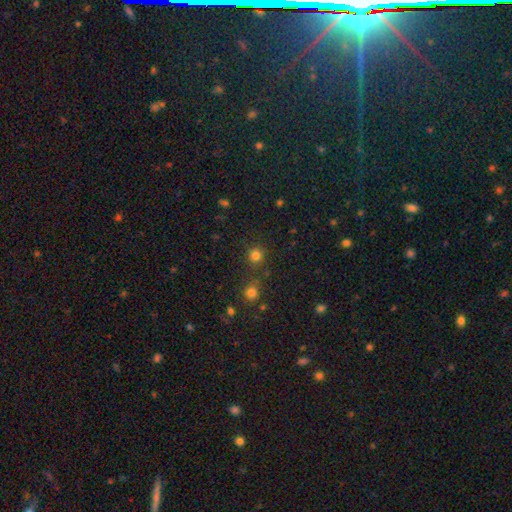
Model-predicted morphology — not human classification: This is likely a smooth galaxy (79%). How rounded: clearly round (93%). Merging: clearly none (81%).